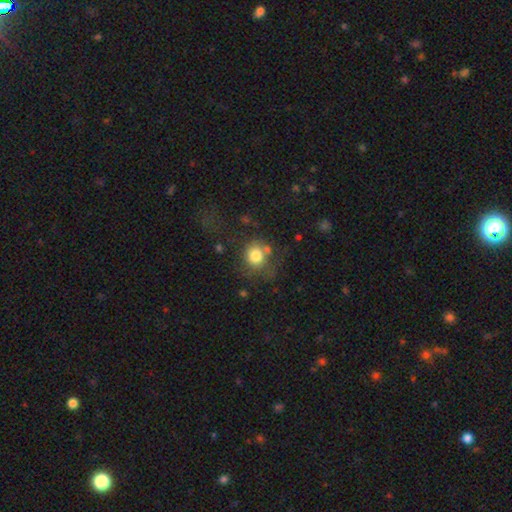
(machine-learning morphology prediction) Overall: smooth (78%). How rounded: round (83%). Merging: none (57%; minor disturbance 19%).